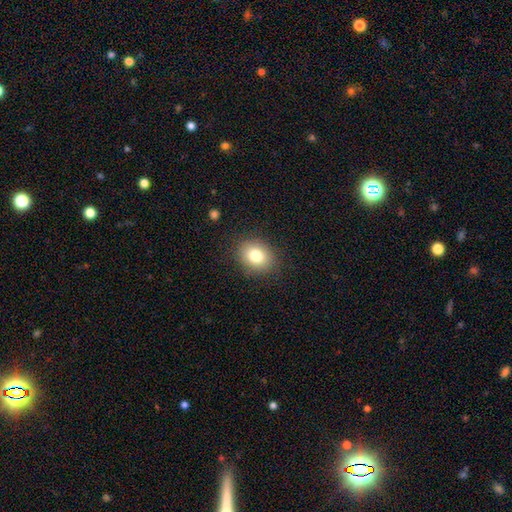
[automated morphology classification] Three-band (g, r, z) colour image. It shows a smooth galaxy with no disk features (80%) that is round (55%). Merging: none (87%).